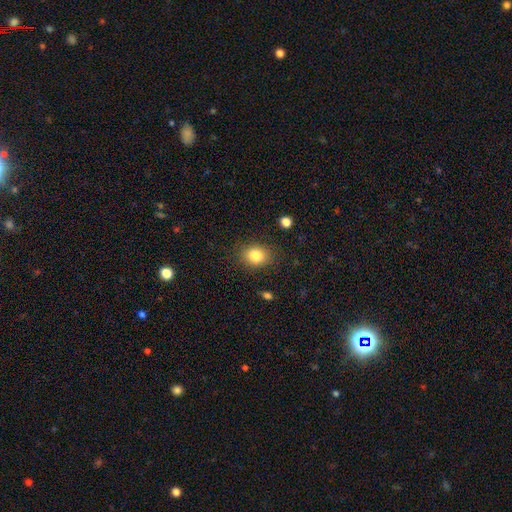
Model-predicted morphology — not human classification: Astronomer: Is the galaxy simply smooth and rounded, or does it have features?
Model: smooth — 83%.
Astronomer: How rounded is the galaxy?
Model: round — 51% (runner-up: in between, 48%).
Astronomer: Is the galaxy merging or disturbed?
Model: none — 85%.